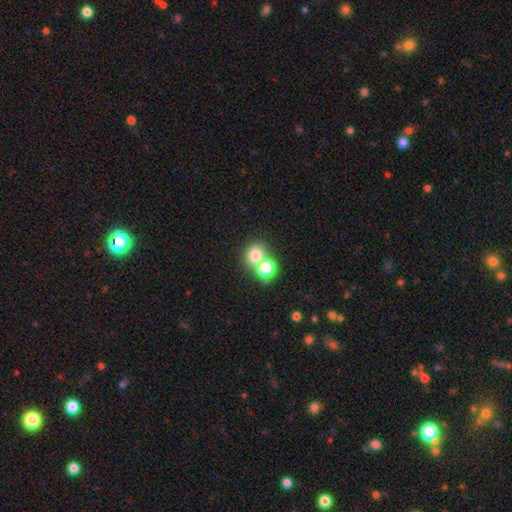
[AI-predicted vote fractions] smooth-or-featured: smooth: 74% | star or artifact: 15% | featured or disk: 11%
  how-rounded: round: 74% | in between: 25% | cigar-shaped: 1%
  merging: none: 46% | merger: 45% | minor disturbance: 6% | major disturbance: 3%